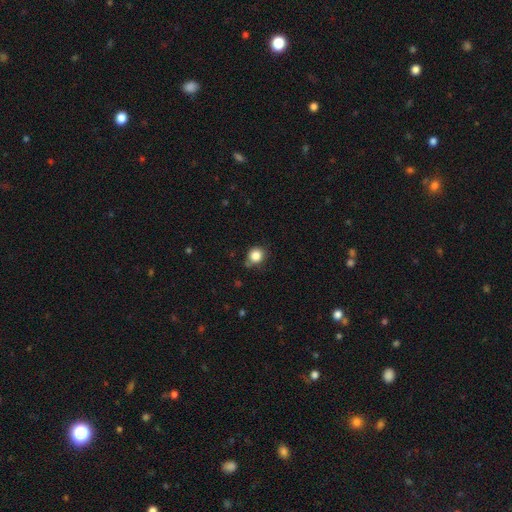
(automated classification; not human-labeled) A smooth galaxy with no disk features (84%) that is round (86%).

Vote fractions:
- Smooth or featured? smooth: 84% / star or artifact: 11% / featured or disk: 5%
- How rounded? round: 86% / in between: 13% / cigar-shaped: 1%
- Merging? none: 77% / minor disturbance: 16% / merger: 4% / major disturbance: 3%